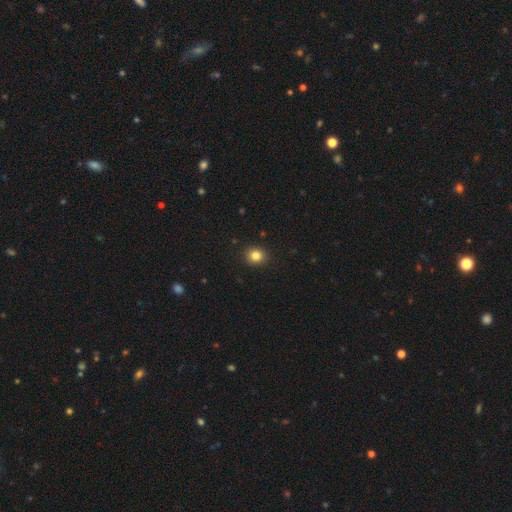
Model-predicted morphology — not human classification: smooth_or_featured: smooth (p=0.83) [alt: star or artifact p=0.11]
how_rounded: round (p=0.79) [alt: in between p=0.20]
merging: none (p=0.91) [alt: minor disturbance p=0.06]